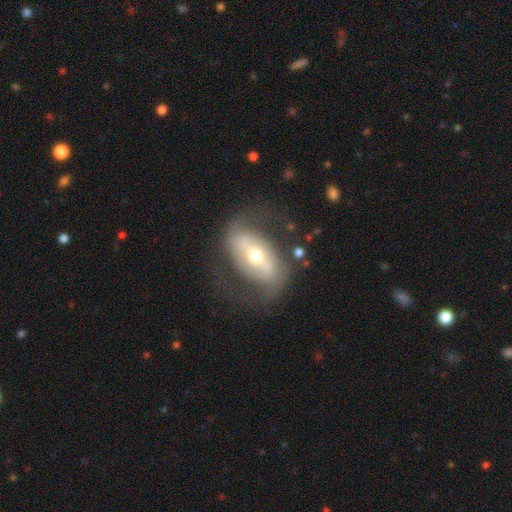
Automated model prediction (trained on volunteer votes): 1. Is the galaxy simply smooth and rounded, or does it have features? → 78% featured or disk, 16% smooth, 6% star or artifact.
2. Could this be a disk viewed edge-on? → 94% no, 6% yes.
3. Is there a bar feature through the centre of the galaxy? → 52% strong, 27% weak, 21% no.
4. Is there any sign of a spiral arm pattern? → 78% yes, 22% no.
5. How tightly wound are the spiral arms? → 42% medium, 38% loose, 19% tight.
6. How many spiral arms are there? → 87% 2, 7% can't tell, 3% 1, 1% 3, 1% 4, 1% more than 4.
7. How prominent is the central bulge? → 59% moderate, 33% small, 5% large, 1% dominant, 1% none.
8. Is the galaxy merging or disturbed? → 69% none, 16% minor disturbance, 14% major disturbance, 2% merger.